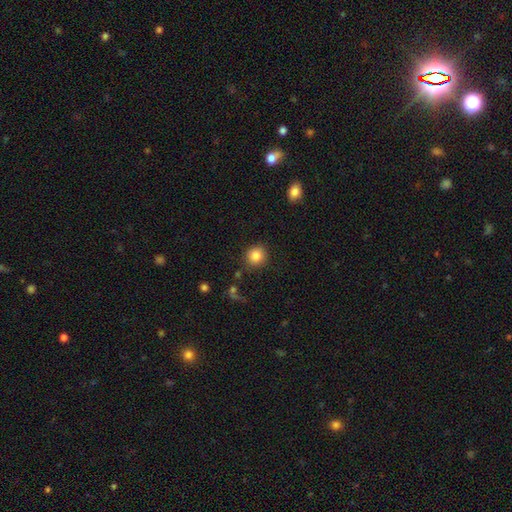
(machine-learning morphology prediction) Q: Smooth or featured?
A: smooth (85%); runner-up: star or artifact (10%)
Q: How rounded?
A: round (91%); runner-up: in between (8%)
Q: Merging?
A: none (87%); runner-up: minor disturbance (7%)